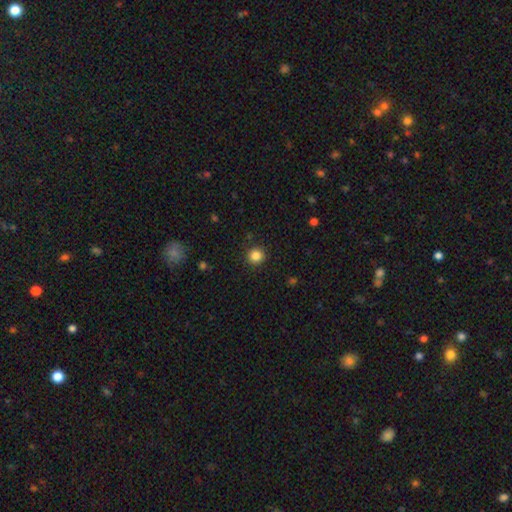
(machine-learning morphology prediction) A smooth galaxy with no disk features (84%) that is round (93%). Merging: none (92%).